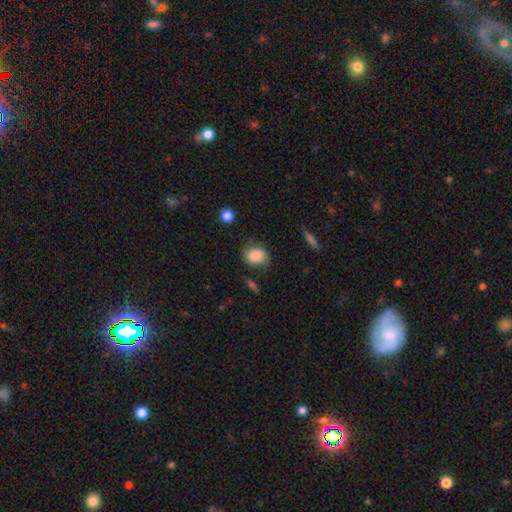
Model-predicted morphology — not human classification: smooth 75%, featured or disk 17%, star or artifact 8%. Down the decision tree: how rounded — in between (59%); merging — none (63%).